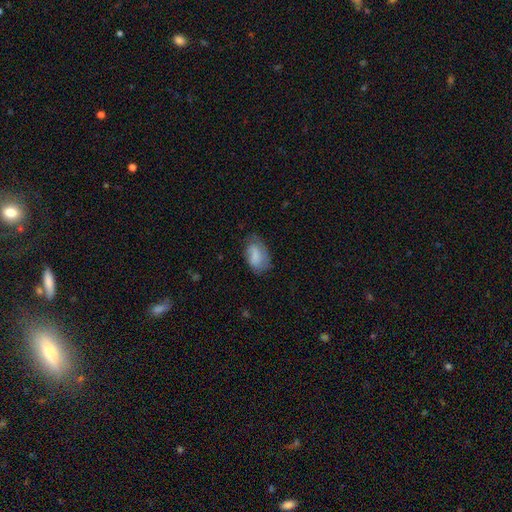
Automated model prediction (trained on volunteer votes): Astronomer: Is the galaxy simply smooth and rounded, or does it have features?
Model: smooth — 72%.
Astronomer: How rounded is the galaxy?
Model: in between — 91%.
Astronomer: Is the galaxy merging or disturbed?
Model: none — 58%.